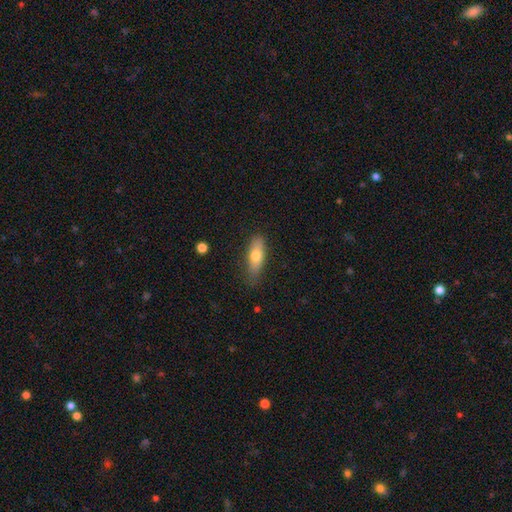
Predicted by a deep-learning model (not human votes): Smooth or featured? Predicted: smooth (p=0.70). How rounded? Predicted: in between (p=0.56). Merging? Predicted: none (p=0.79).